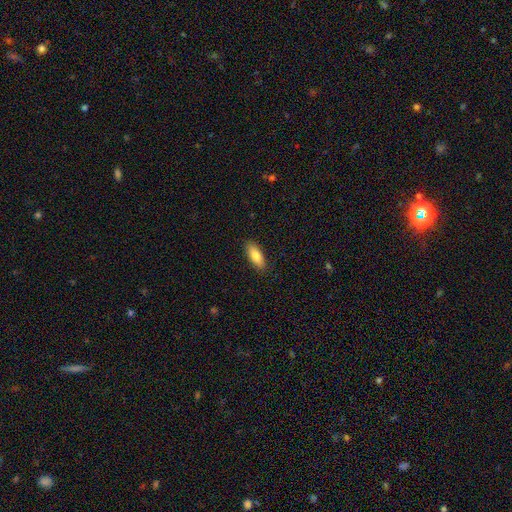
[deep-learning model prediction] Smooth or featured: smooth — 80% (featured or disk — 13%)
How rounded: in between — 77% (cigar-shaped — 21%)
Merging: none — 88% (minor disturbance — 9%)